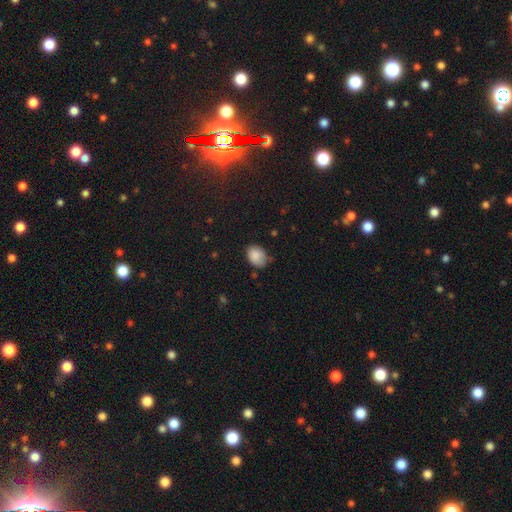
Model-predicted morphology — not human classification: Smooth or featured? Predicted: smooth (p=0.86). How rounded? Predicted: in between (p=0.67). Merging? Predicted: none (p=0.59).